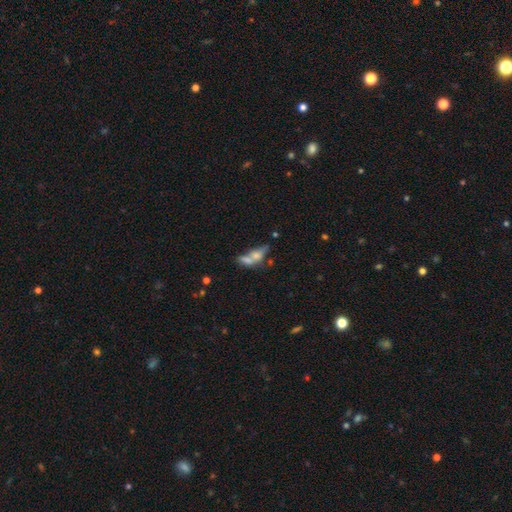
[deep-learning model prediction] smooth_or_featured: smooth (p=0.51) [alt: featured or disk p=0.37]
how_rounded: in between (p=0.56) [alt: cigar-shaped p=0.34]
merging: merger (p=0.49) [alt: none p=0.28]